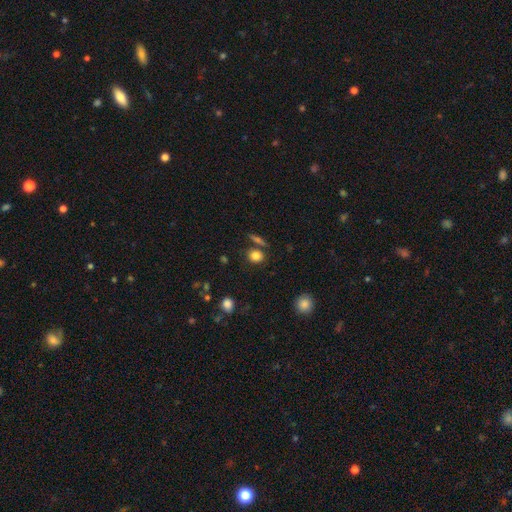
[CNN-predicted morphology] smooth 82%, star or artifact 10%, featured or disk 7%. Down the decision tree: how rounded — round (60%); merging — none (75%).